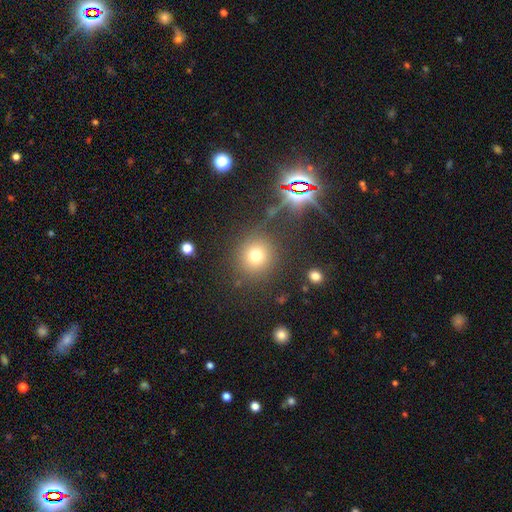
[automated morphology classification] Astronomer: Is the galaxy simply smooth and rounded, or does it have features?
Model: smooth — 71%.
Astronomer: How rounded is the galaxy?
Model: round — 92%.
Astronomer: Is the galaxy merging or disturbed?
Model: none — 85%.